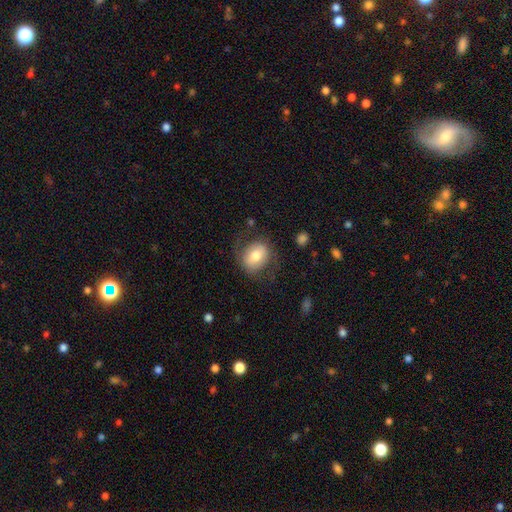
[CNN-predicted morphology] type=smooth (63%); roundness=round (52%); merging=none (67%).